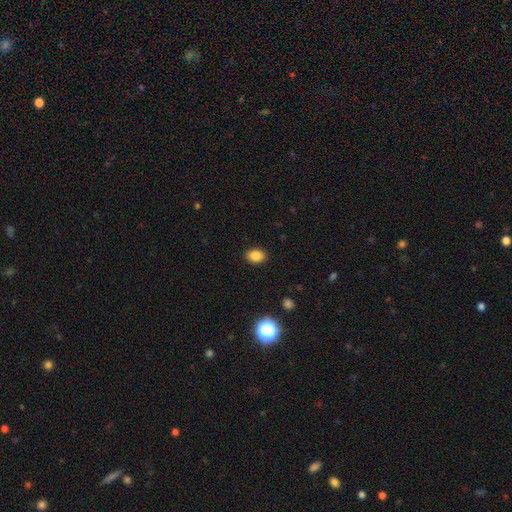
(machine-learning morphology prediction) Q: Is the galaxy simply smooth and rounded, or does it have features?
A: smooth — 85%.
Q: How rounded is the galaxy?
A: in between — 73%.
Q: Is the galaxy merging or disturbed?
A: none — 89%.